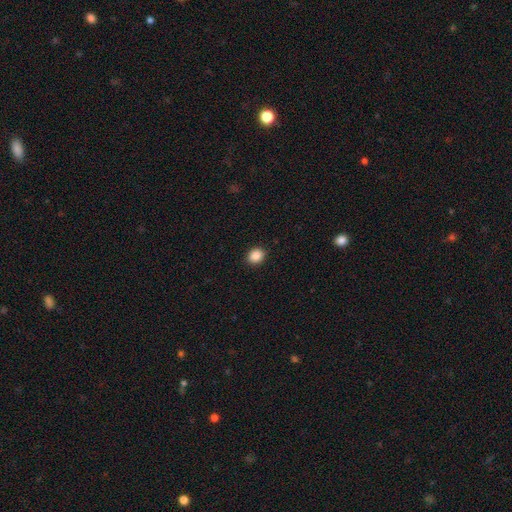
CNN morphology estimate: This is clearly a smooth galaxy (88%). How rounded: possibly round (57%). Merging: clearly none (90%).